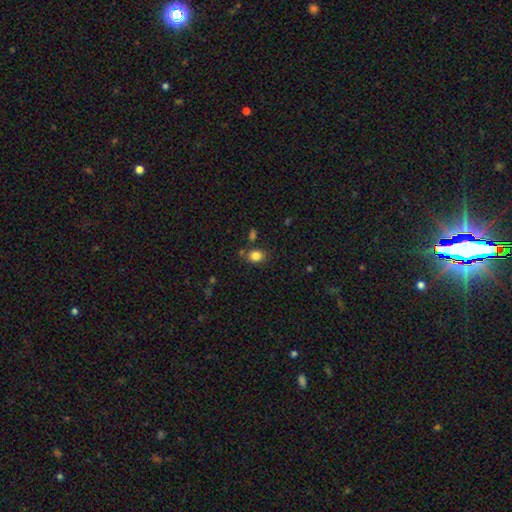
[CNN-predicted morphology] smooth_or_featured: smooth (p=0.83) [alt: star or artifact p=0.11]
how_rounded: in between (p=0.60) [alt: round p=0.38]
merging: none (p=0.74) [alt: minor disturbance p=0.14]